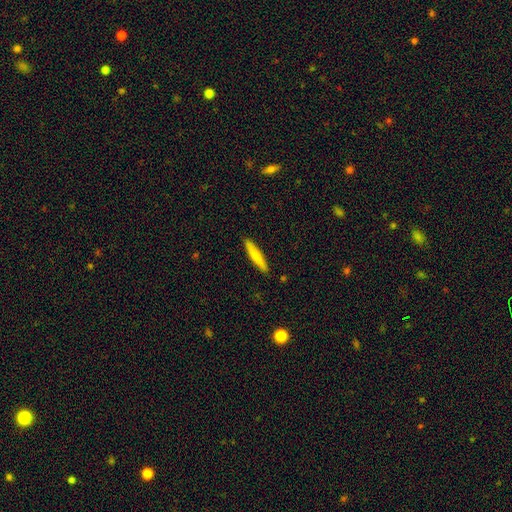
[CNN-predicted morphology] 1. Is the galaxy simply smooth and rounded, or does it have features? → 70% smooth, 24% featured or disk, 5% star or artifact.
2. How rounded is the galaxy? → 92% cigar-shaped, 6% in between, 1% round.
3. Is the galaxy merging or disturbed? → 91% none, 7% minor disturbance, 1% major disturbance, 1% merger.